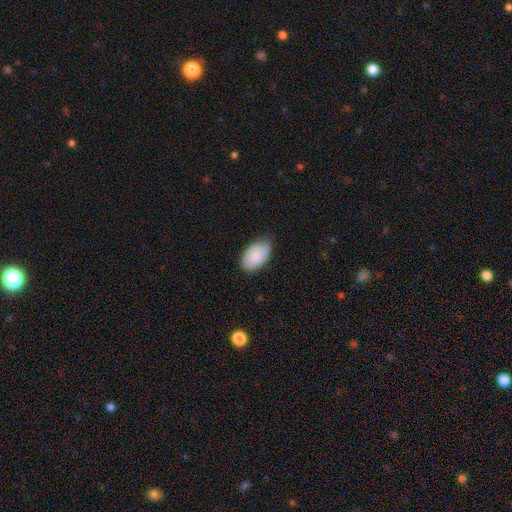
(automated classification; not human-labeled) Smooth or featured: smooth — 85% (featured or disk — 9%)
How rounded: in between — 94% (round — 4%)
Merging: none — 73% (minor disturbance — 23%)